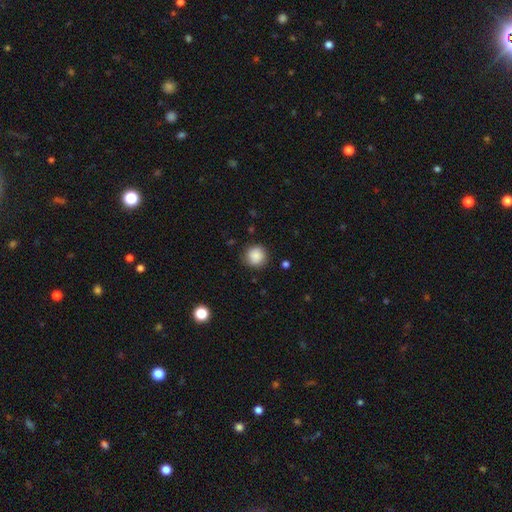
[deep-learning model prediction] Morphology: type=smooth (87%); roundness=round (92%); merging=none (85%).